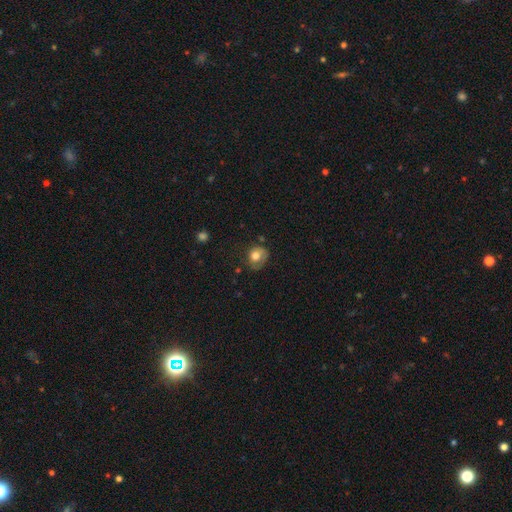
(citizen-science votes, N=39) Overall: smooth (74%). How rounded: round (52%; in between 48%). Merging: none (50%; major disturbance 26%).